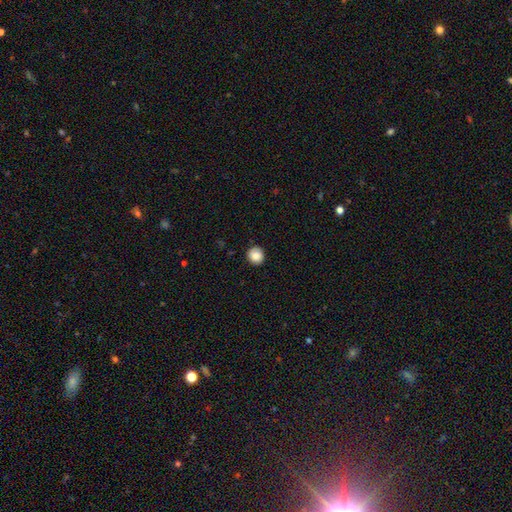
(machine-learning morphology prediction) Smooth or featured? smooth (86%)
How rounded? round (91%)
Merging? none (89%)